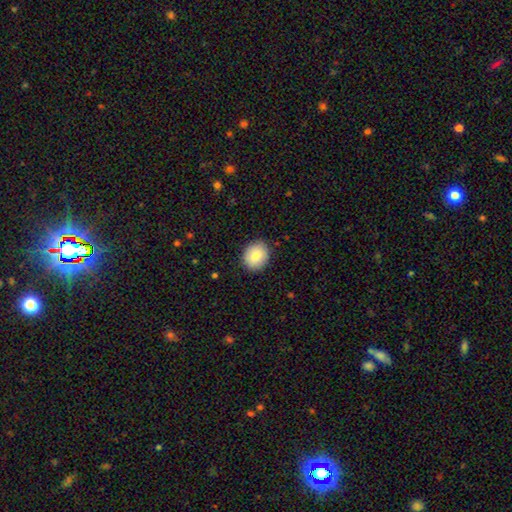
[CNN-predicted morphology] This is clearly a smooth galaxy (83%). How rounded: likely round (65%). Merging: clearly none (87%).